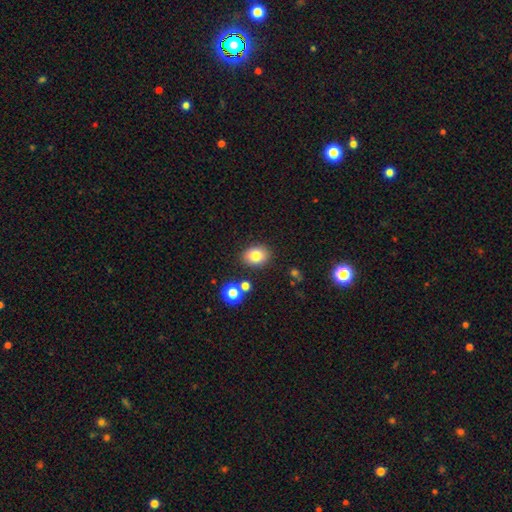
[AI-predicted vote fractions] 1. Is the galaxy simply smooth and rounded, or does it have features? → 80% smooth, 11% star or artifact, 9% featured or disk.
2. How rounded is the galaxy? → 60% in between, 39% round, 1% cigar-shaped.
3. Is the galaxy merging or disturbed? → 84% none, 9% minor disturbance, 4% merger, 3% major disturbance.